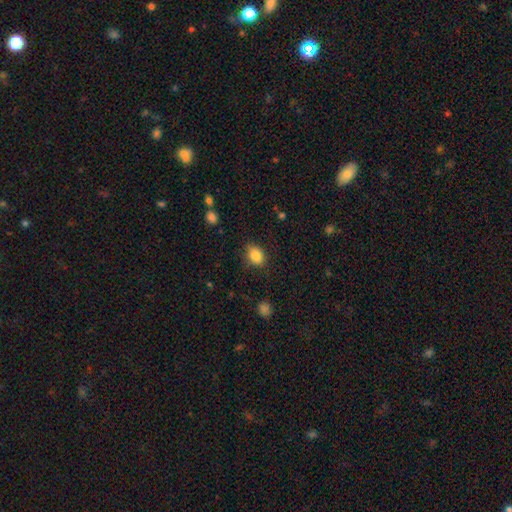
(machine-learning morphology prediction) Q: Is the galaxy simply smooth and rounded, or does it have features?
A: smooth — 85%.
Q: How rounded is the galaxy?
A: in between — 60%.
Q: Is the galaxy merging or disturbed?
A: none — 76%.